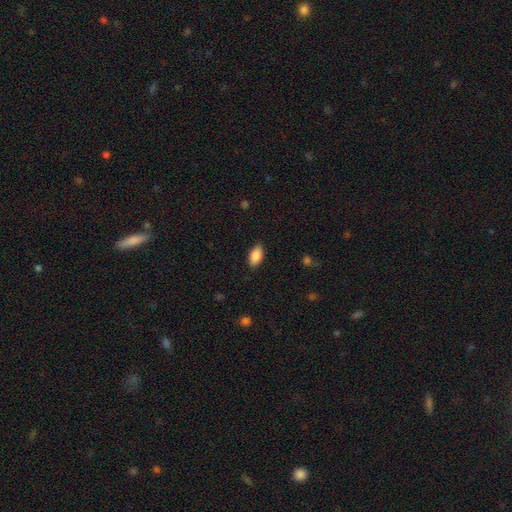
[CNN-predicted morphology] smooth_or_featured: smooth (p=0.86) [alt: featured or disk p=0.08]
how_rounded: in between (p=0.91) [alt: cigar-shaped p=0.06]
merging: none (p=0.87) [alt: minor disturbance p=0.10]